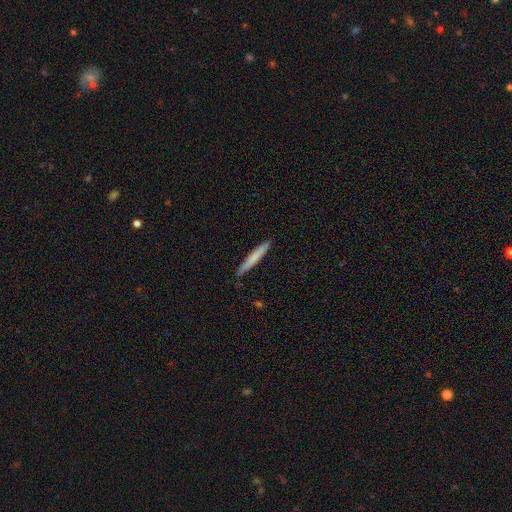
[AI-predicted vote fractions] A smooth galaxy with no disk features (72%) that is cigar-shaped (96%).

Vote fractions:
- Smooth or featured? smooth: 72% / featured or disk: 23% / star or artifact: 5%
- How rounded? cigar-shaped: 96% / in between: 3% / round: 1%
- Merging? none: 89% / minor disturbance: 8% / major disturbance: 1% / merger: 1%